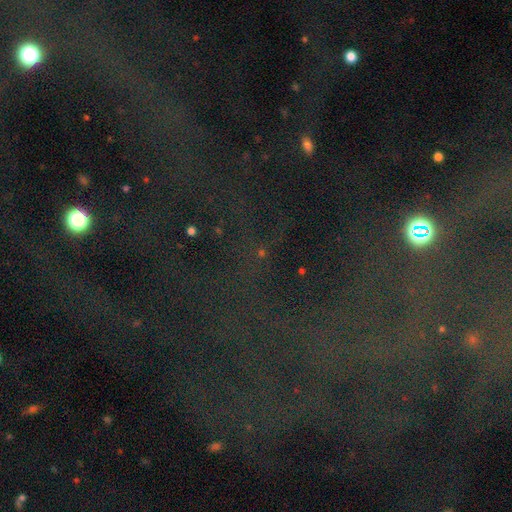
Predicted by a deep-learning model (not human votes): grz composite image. It shows a star or artifact, not a galaxy (75%).